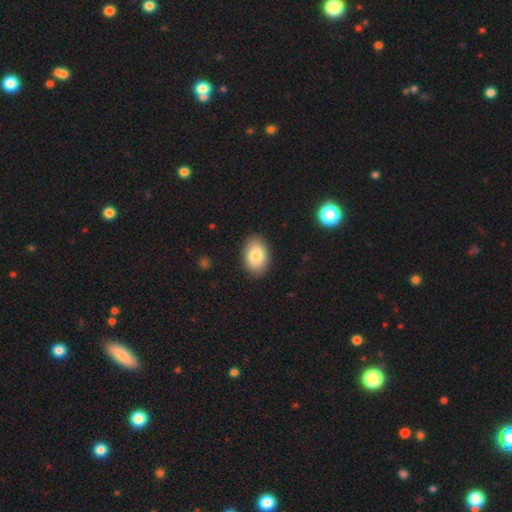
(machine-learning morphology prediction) Q: Smooth or featured?
A: smooth (85%); runner-up: featured or disk (8%)
Q: How rounded?
A: in between (87%); runner-up: round (12%)
Q: Merging?
A: none (89%); runner-up: minor disturbance (8%)